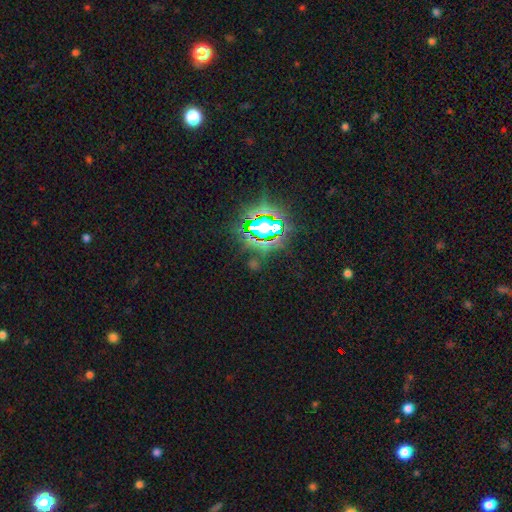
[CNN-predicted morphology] A star or artifact, not a galaxy (81%).

Vote fractions:
- Smooth or featured? star or artifact: 81% / smooth: 12% / featured or disk: 8%